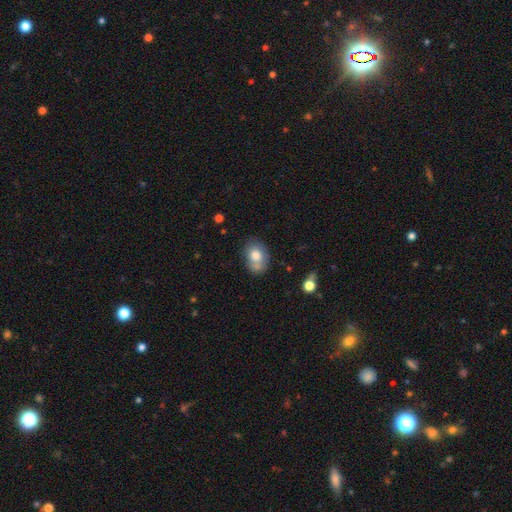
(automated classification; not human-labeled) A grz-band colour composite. It shows a smooth galaxy with no disk features (75%) that is in between round and cigar-shaped (71%). Merging: none (54%).